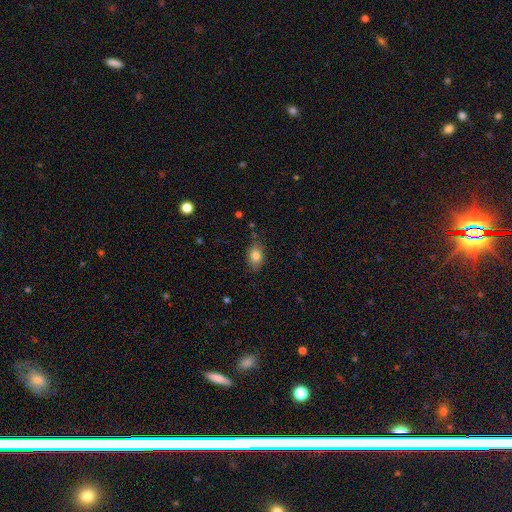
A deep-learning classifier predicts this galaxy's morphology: The model was most divided on "how rounded": in between: 77%, round: 21%, cigar-shaped: 2%. More confident: smooth or featured — smooth (80%); merging — none (80%).